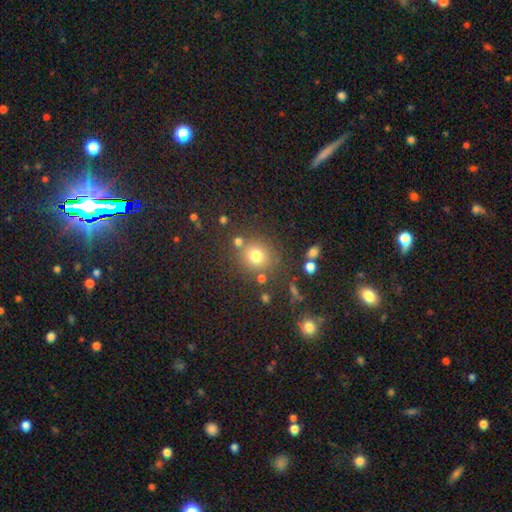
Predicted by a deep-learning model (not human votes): smooth 75%, star or artifact 16%, featured or disk 9%. Down the decision tree: how rounded — round (85%); merging — none (75%).